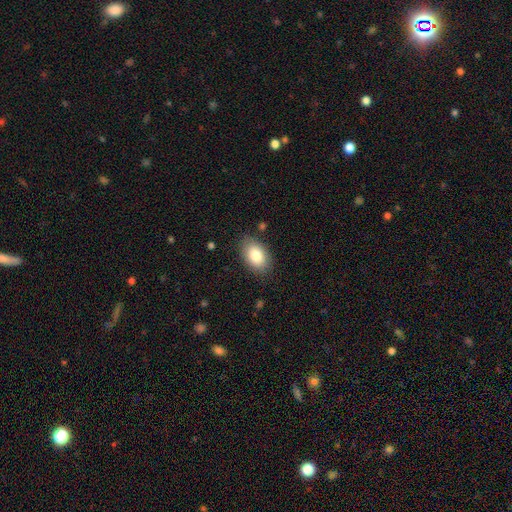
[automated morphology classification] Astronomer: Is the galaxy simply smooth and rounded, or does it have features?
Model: smooth — 82%.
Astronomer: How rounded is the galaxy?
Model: in between — 90%.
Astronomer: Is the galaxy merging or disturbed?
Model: none — 83%.